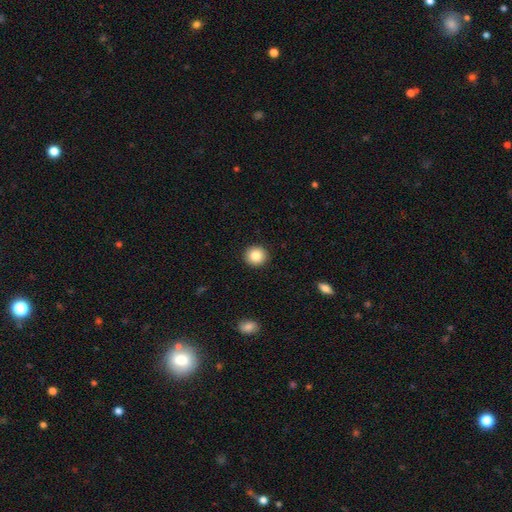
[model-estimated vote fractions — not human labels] A smooth galaxy with no disk features (85%) that is round (90%).

Vote fractions:
- Smooth or featured? smooth: 85% / star or artifact: 9% / featured or disk: 6%
- How rounded? round: 90% / in between: 9% / cigar-shaped: 1%
- Merging? none: 92% / minor disturbance: 5% / major disturbance: 2% / merger: 1%